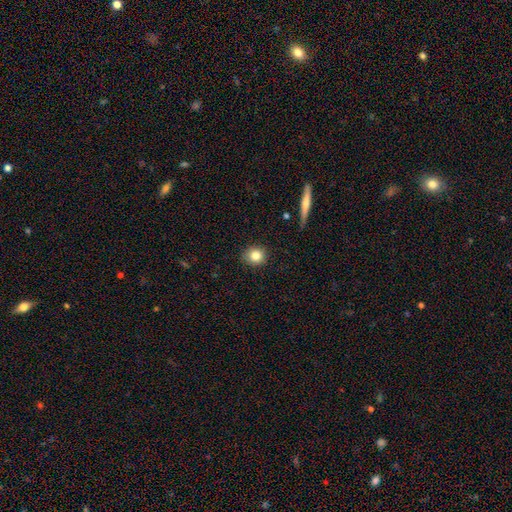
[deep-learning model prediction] A smooth galaxy with no disk features (82%) that is round (85%). Merging: none (87%).